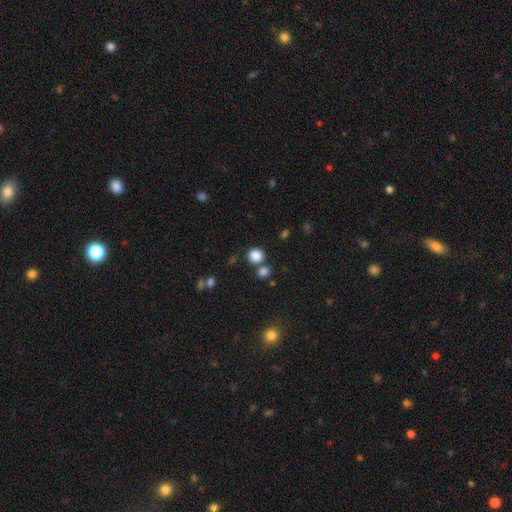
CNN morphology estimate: smooth_or_featured: smooth (p=0.84) [alt: star or artifact p=0.11]
how_rounded: round (p=0.79) [alt: in between p=0.21]
merging: none (p=0.71) [alt: merger p=0.16]